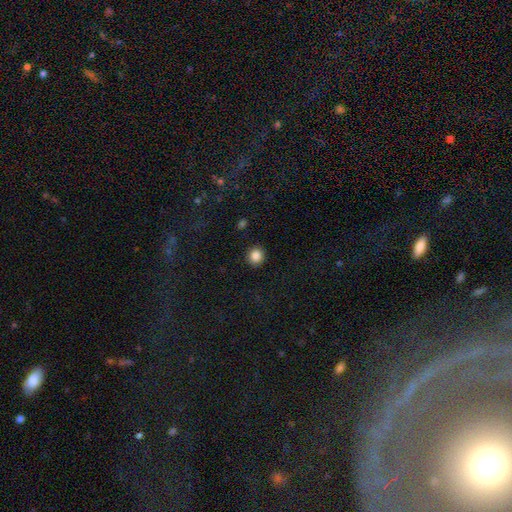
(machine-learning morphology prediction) smooth_or_featured: smooth (p=0.86) [alt: star or artifact p=0.10]
how_rounded: round (p=0.89) [alt: in between p=0.10]
merging: none (p=0.92) [alt: minor disturbance p=0.05]